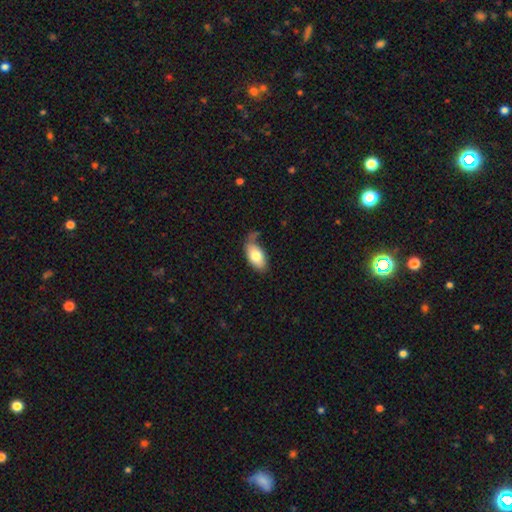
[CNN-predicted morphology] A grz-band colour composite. It shows a smooth galaxy with no disk features (78%) that is in between round and cigar-shaped (94%). Merging: none (49%).